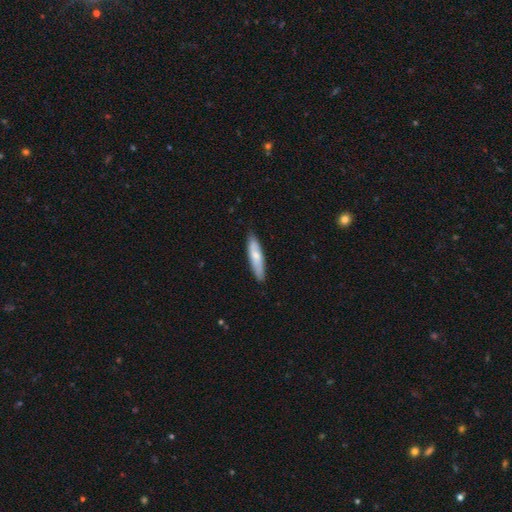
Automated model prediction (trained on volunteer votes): Smooth or featured?
  - smooth: 68% *
  - featured or disk: 26%
  - star or artifact: 5%
How rounded?
  - cigar-shaped: 69% *
  - in between: 29%
  - round: 2%
Merging?
  - none: 83% *
  - minor disturbance: 14%
  - major disturbance: 2%
  - merger: 1%